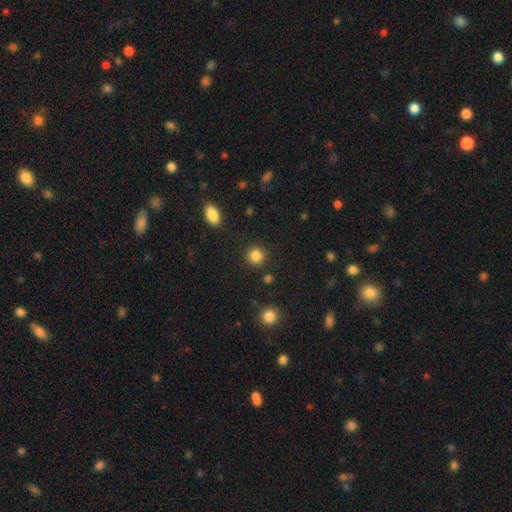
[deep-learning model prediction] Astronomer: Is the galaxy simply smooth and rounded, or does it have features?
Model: smooth — 86%.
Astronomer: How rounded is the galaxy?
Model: round — 92%.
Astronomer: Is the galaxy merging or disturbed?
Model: none — 90%.